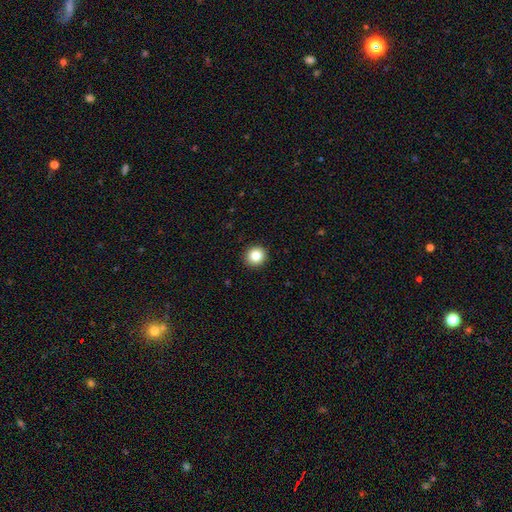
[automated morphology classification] smooth 85%, star or artifact 10%, featured or disk 5%. Down the decision tree: how rounded — round (93%); merging — none (93%).